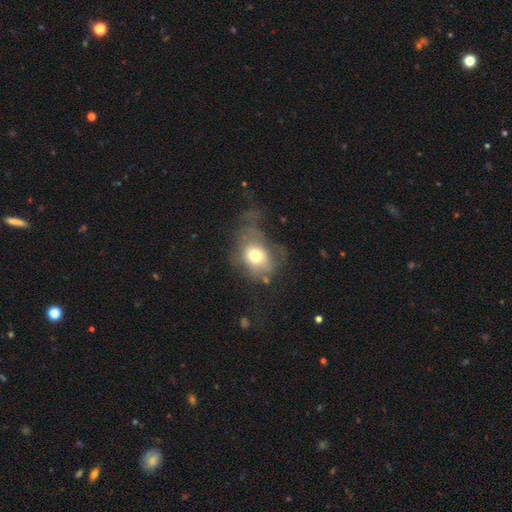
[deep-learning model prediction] Smooth or featured? Predicted: smooth (p=0.64). How rounded? Predicted: in between (p=0.55). Merging? Predicted: major disturbance (p=0.39).